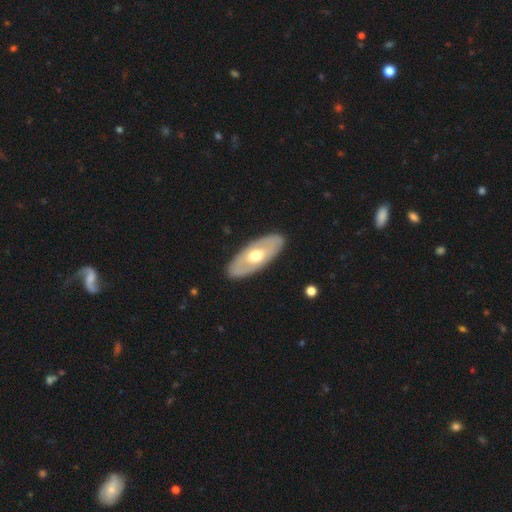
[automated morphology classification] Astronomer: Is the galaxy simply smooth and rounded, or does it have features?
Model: featured or disk — 52% (runner-up: smooth, 44%).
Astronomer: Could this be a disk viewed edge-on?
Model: no — 79%.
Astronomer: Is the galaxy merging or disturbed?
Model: none — 88%.